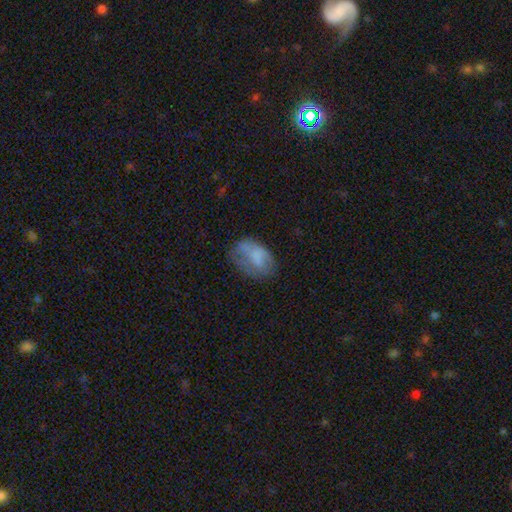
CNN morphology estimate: This is likely a smooth galaxy (64%). How rounded: clearly in between (86%). Merging: possibly none (46%).